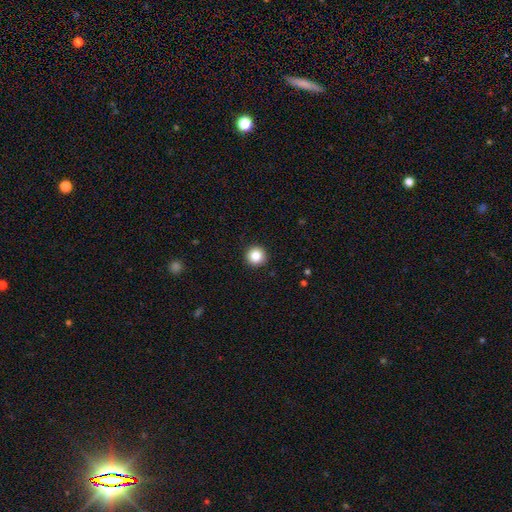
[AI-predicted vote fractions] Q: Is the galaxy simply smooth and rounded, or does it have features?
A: smooth — 86%.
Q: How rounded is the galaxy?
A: round — 96%.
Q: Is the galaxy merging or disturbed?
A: none — 93%.